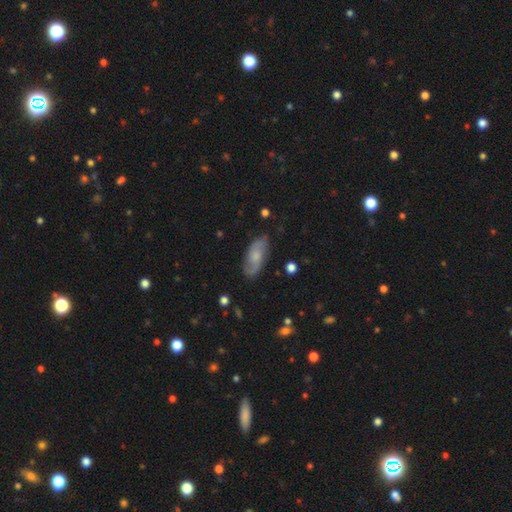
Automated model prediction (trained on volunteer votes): Smooth or featured? featured or disk (59%)
Edge-on disk? no (91%)
Bar? no (63%)
Spiral arms? yes (89%)
Bulge size? moderate (44%)
Merging? none (80%)